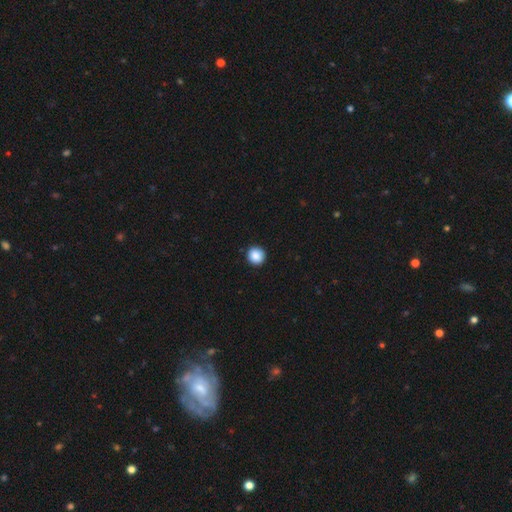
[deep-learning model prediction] Morphology: type=smooth (88%); roundness=round (94%); merging=none (92%).